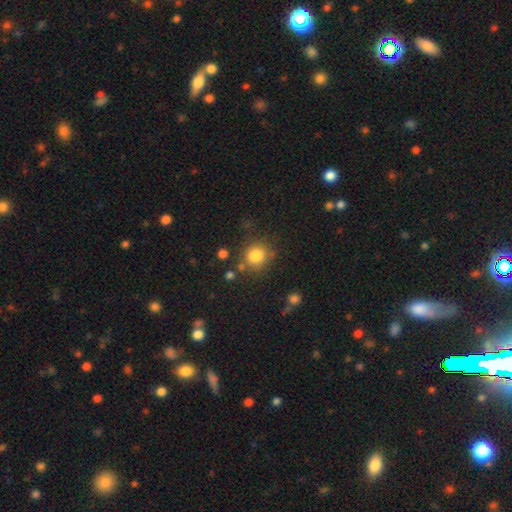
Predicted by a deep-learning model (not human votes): A smooth galaxy with no disk features (82%) that is round (88%).

Vote fractions:
- Smooth or featured? smooth: 82% / star or artifact: 11% / featured or disk: 6%
- How rounded? round: 88% / in between: 11% / cigar-shaped: 1%
- Merging? none: 78% / minor disturbance: 11% / merger: 7% / major disturbance: 4%